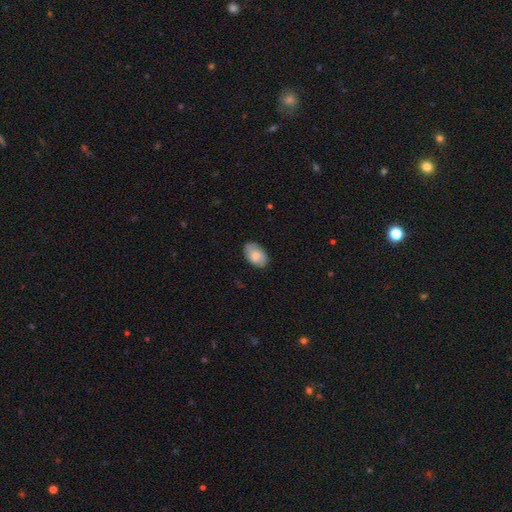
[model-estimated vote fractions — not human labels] smooth_or_featured: smooth (p=0.77) [alt: featured or disk p=0.16]
how_rounded: in between (p=0.91) [alt: round p=0.07]
merging: none (p=0.81) [alt: minor disturbance p=0.15]